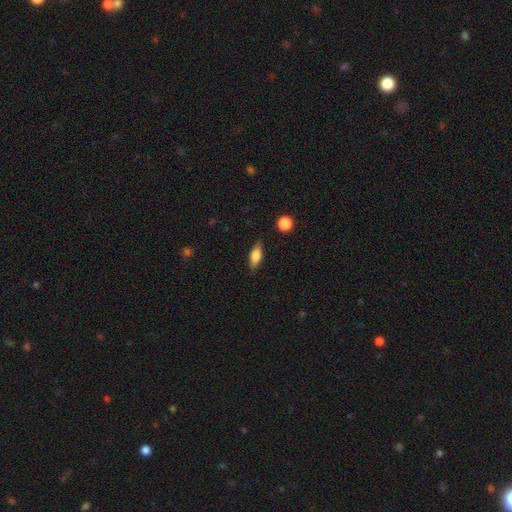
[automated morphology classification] smooth-or-featured: smooth: 71% | featured or disk: 21% | star or artifact: 8%
  how-rounded: in between: 71% | cigar-shaped: 25% | round: 4%
  merging: none: 83% | minor disturbance: 12% | major disturbance: 3% | merger: 2%